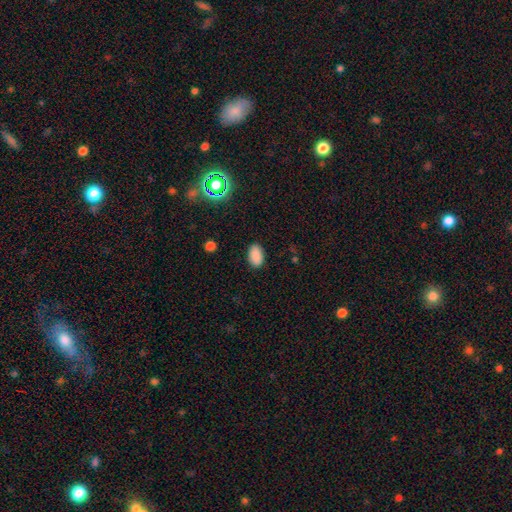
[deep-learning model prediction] Overall: smooth (88%). How rounded: in between (93%). Merging: none (88%).